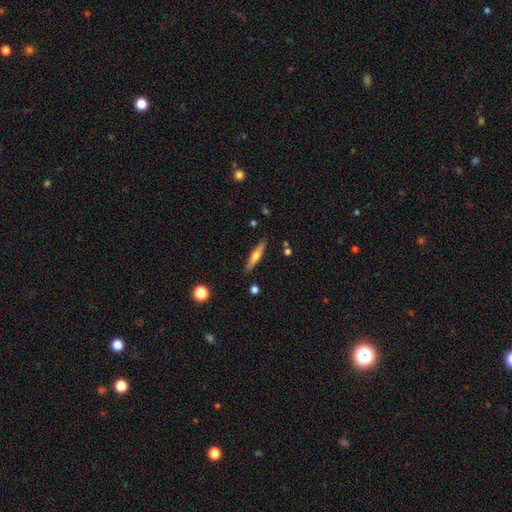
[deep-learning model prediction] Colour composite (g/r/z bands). It shows a featured or disk galaxy (47%, tied with smooth). Merging: none (88%).